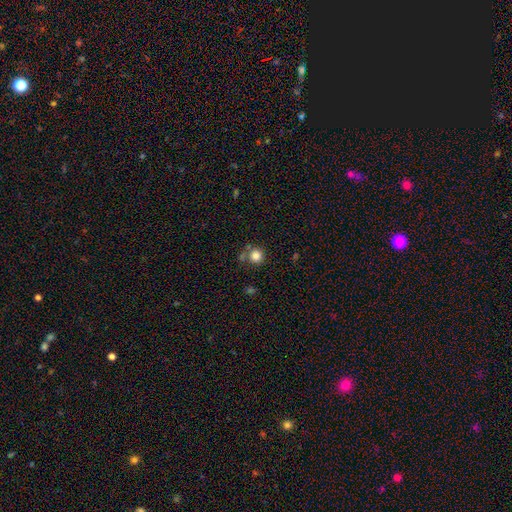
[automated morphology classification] Q: Smooth or featured?
A: smooth (83%); runner-up: star or artifact (11%)
Q: How rounded?
A: round (91%); runner-up: in between (8%)
Q: Merging?
A: none (69%); runner-up: merger (14%)